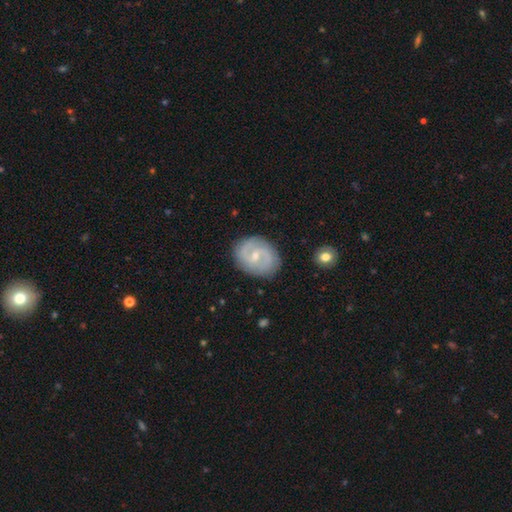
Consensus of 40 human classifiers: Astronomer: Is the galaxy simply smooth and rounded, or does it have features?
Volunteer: featured or disk — 88%.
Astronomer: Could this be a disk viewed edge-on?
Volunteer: no — 100%.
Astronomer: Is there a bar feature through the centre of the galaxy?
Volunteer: weak — 57%.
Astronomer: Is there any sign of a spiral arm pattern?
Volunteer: yes — 97%.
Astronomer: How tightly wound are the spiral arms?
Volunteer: medium — 71%.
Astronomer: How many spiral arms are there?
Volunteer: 2 — 97%.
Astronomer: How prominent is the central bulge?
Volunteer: small — 57% (runner-up: moderate, 43%).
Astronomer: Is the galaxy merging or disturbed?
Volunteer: none — 82%.